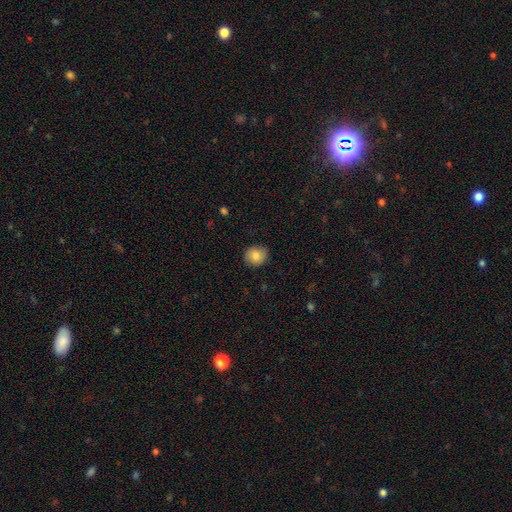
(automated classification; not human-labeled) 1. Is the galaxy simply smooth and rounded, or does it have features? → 84% smooth, 8% star or artifact, 8% featured or disk.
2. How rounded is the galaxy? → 84% round, 15% in between, 1% cigar-shaped.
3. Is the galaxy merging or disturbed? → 88% none, 9% minor disturbance, 2% major disturbance, 1% merger.